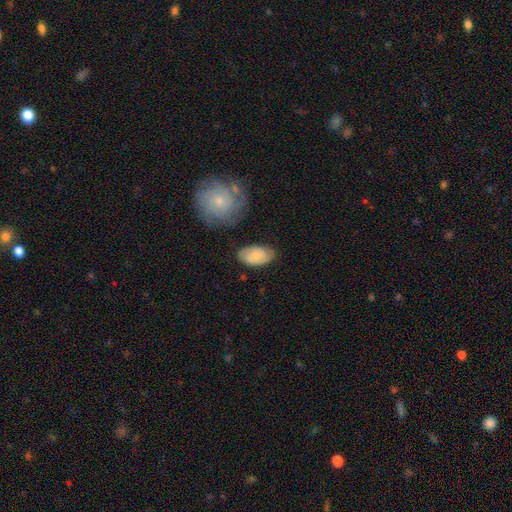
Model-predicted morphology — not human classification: A smooth galaxy with no disk features (67%) that is in between round and cigar-shaped (93%).

Vote fractions:
- Smooth or featured? smooth: 67% / featured or disk: 26% / star or artifact: 7%
- How rounded? in between: 93% / round: 5% / cigar-shaped: 2%
- Merging? none: 74% / minor disturbance: 17% / merger: 5% / major disturbance: 4%